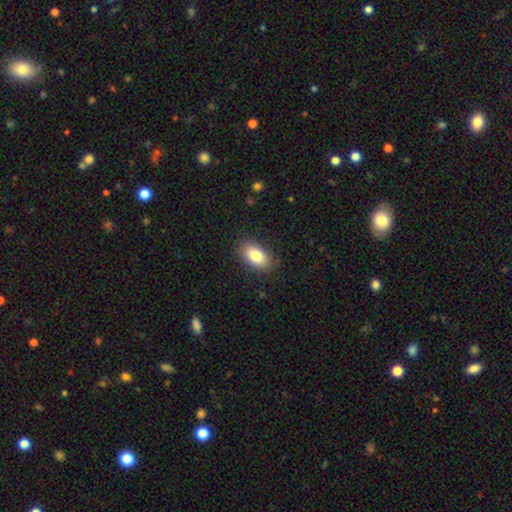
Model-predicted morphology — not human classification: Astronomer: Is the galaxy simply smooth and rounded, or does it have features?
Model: smooth — 81%.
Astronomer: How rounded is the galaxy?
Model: in between — 91%.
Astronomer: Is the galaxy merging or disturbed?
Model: none — 87%.